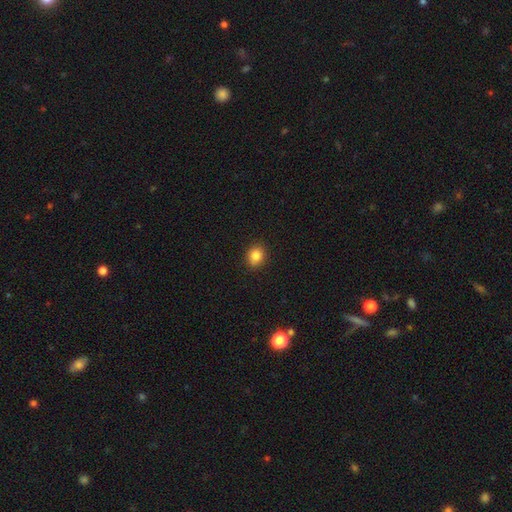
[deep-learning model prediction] Morphology: type=smooth (84%); roundness=round (64%); merging=none (88%).